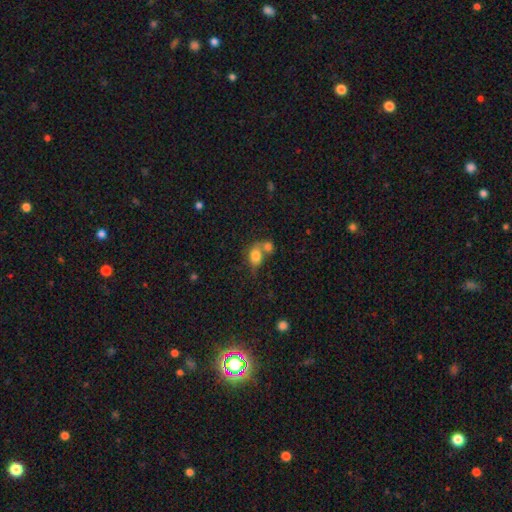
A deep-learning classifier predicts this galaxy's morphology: smooth_or_featured: smooth (p=0.79) [alt: featured or disk p=0.12]
how_rounded: in between (p=0.66) [alt: round p=0.32]
merging: merger (p=0.52) [alt: none p=0.29]